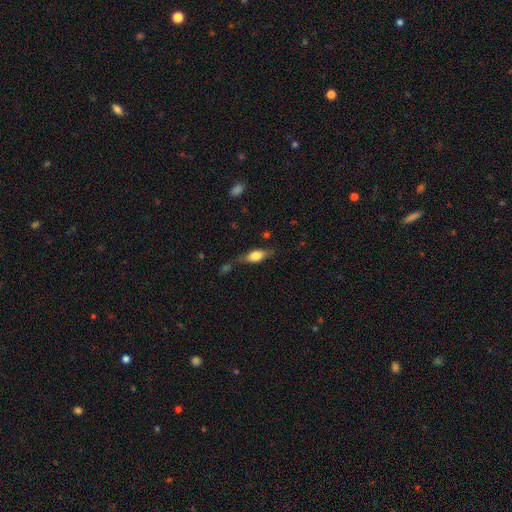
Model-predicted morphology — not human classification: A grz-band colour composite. It shows a smooth galaxy with no disk features (62%) that is in between round and cigar-shaped (73%). Merging: none (61%).